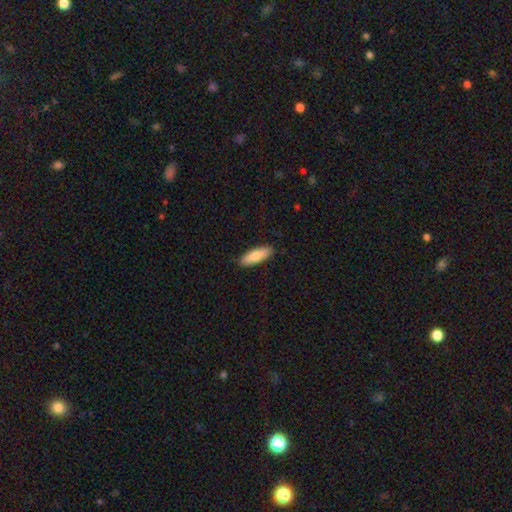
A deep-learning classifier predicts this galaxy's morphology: This appears to be a smooth galaxy with no disk features (79%) that is in between round and cigar-shaped (51%). Merging: none (88%).